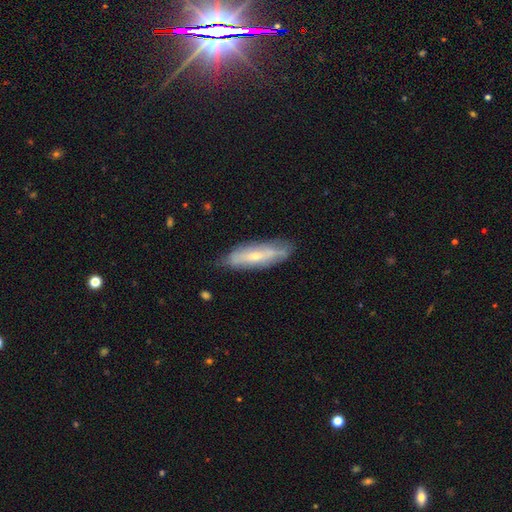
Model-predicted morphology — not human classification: Overall: featured or disk (52%; smooth 42%). Edge-on disk: no (58%; yes 42%). Merging: none (73%).